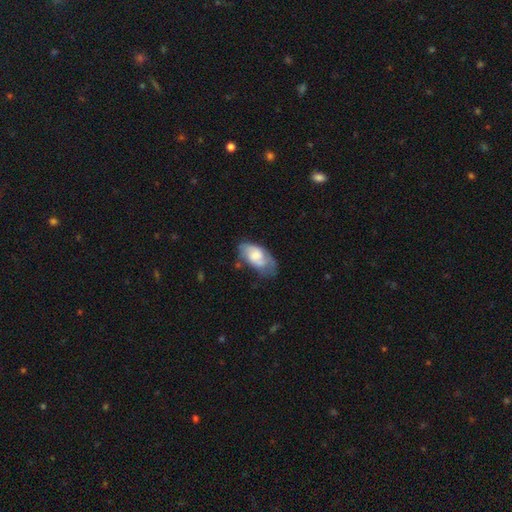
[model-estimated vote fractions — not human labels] The model was most divided on "smooth or featured": smooth: 52%, featured or disk: 41%, star or artifact: 7%. Remaining: how rounded — in between (93%); merging — none (50%).